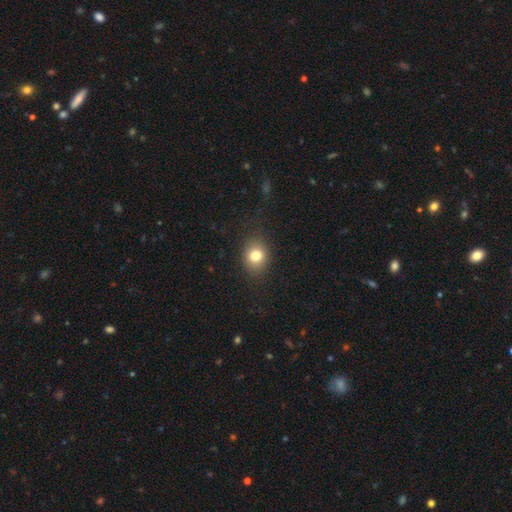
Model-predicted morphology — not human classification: Smooth or featured: smooth — 79% (star or artifact — 11%)
How rounded: round — 54% (in between — 45%)
Merging: none — 83% (minor disturbance — 12%)